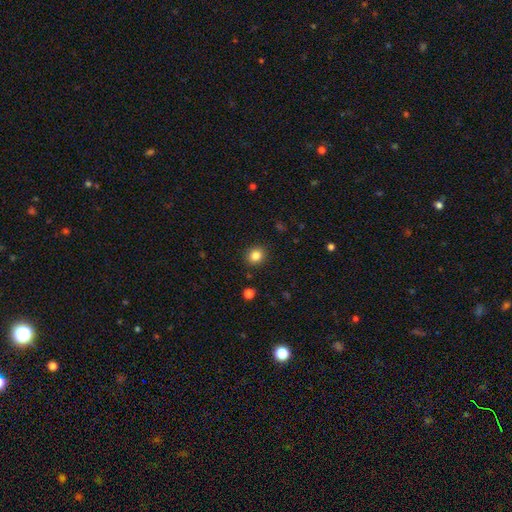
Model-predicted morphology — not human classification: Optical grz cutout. It shows a smooth galaxy with no disk features (84%) that is round (80%). Merging: none (90%).